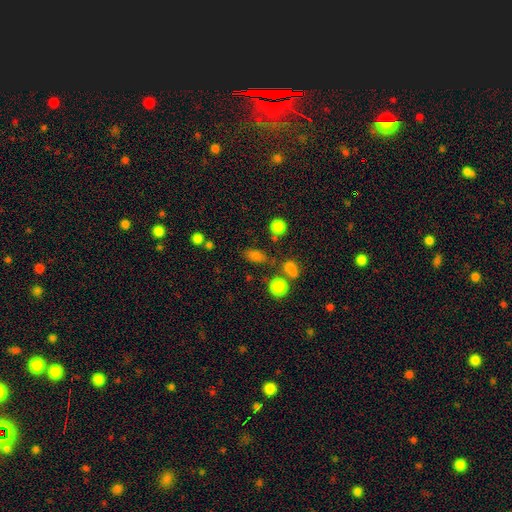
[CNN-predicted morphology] This appears to be a smooth galaxy with no disk features (77%) that is in between round and cigar-shaped (77%). Merging: none (69%).